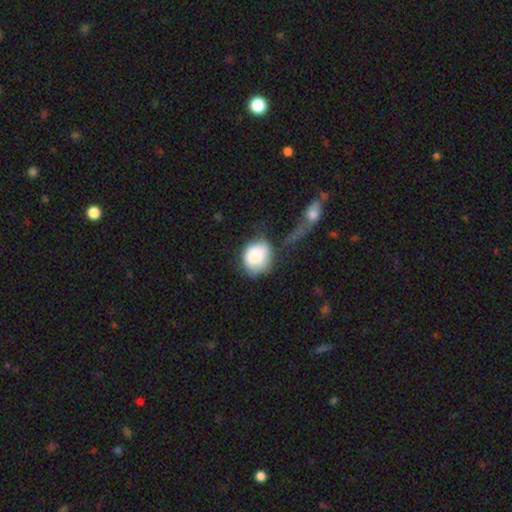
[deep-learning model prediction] The model was most divided on "merging": none: 34%, minor disturbance: 27%, major disturbance: 24%, merger: 15%. More confident: smooth or featured — smooth (80%); how rounded — round (66%).